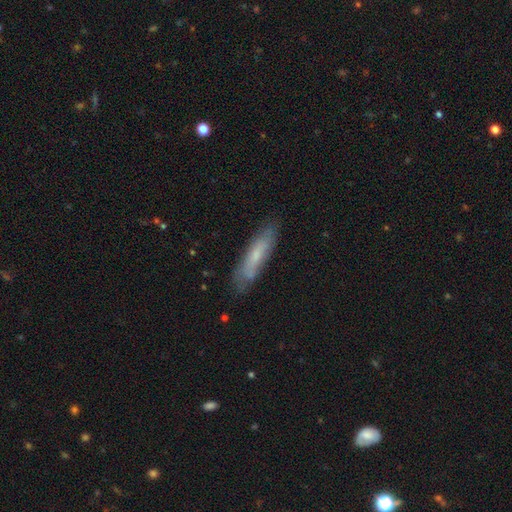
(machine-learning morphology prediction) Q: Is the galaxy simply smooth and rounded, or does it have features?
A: smooth — 53%.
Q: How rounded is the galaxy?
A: cigar-shaped — 77%.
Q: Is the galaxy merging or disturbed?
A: none — 79%.